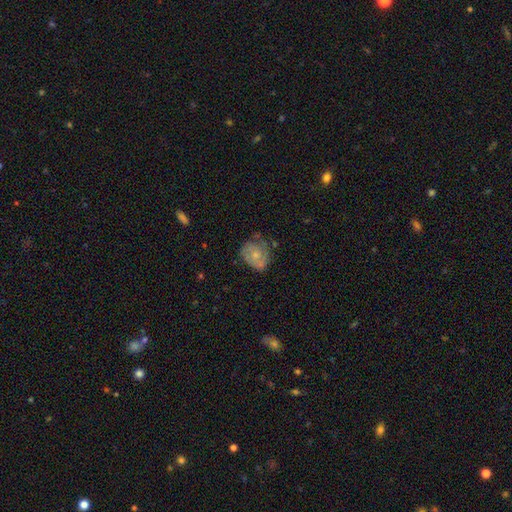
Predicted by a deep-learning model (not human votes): Q: Smooth or featured?
A: featured or disk (56%); runner-up: smooth (37%)
Q: Edge-on disk?
A: no (98%); runner-up: yes (2%)
Q: Bar?
A: no (81%); runner-up: weak (16%)
Q: Spiral arms?
A: yes (74%); runner-up: no (26%)
Q: Bulge size?
A: small (61%); runner-up: moderate (31%)
Q: Merging?
A: none (50%); runner-up: minor disturbance (31%)